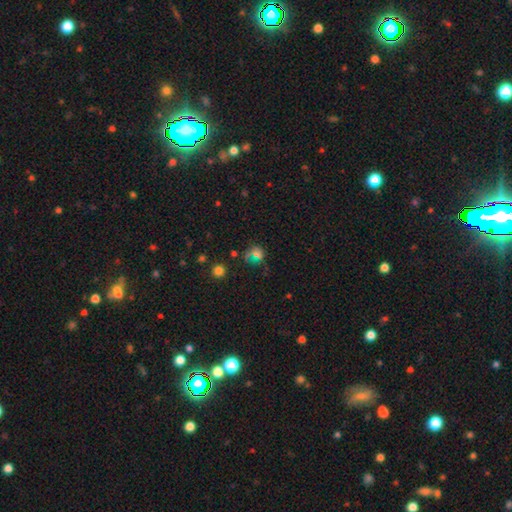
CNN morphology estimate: Smooth or featured? smooth (52%)
How rounded? round (78%)
Merging? none (61%)